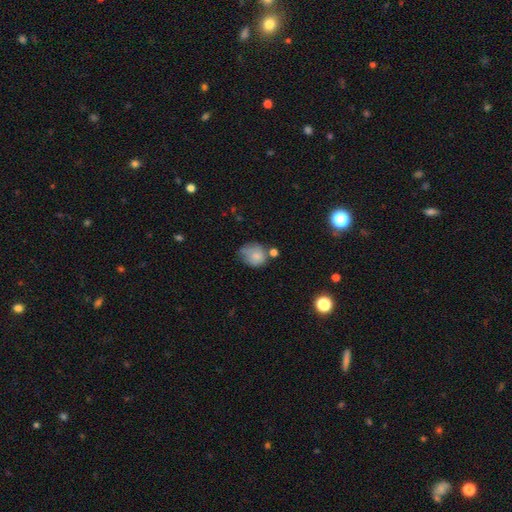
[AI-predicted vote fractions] Smooth or featured?
  - smooth: 76% *
  - featured or disk: 15%
  - star or artifact: 9%
How rounded?
  - round: 65% *
  - in between: 34%
  - cigar-shaped: 1%
Merging?
  - none: 42% *
  - minor disturbance: 31%
  - merger: 14%
  - major disturbance: 13%